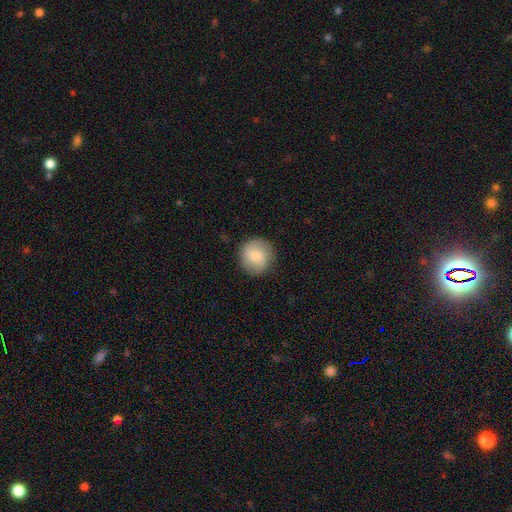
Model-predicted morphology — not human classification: The model was most divided on "smooth or featured": smooth: 76%, featured or disk: 17%, star or artifact: 7%. More confident: how rounded — round (93%); merging — none (87%).